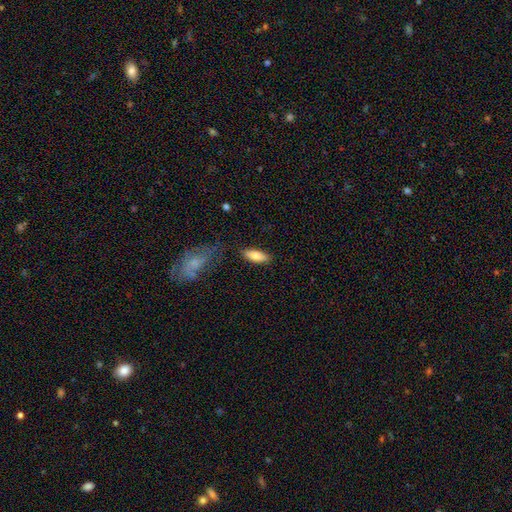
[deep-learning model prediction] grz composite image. It shows a smooth galaxy with no disk features (79%) that is in between round and cigar-shaped (74%). Merging: none (83%).